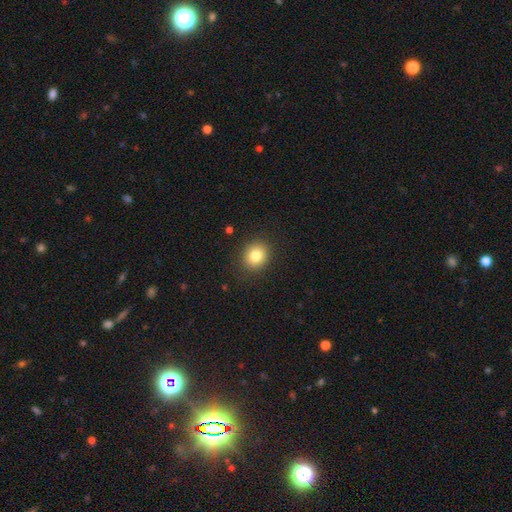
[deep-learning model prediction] Q: Smooth or featured?
A: smooth (82%); runner-up: star or artifact (10%)
Q: How rounded?
A: round (72%); runner-up: in between (28%)
Q: Merging?
A: none (89%); runner-up: minor disturbance (8%)